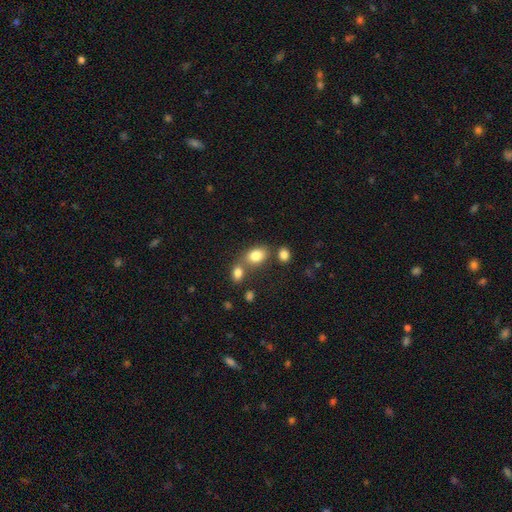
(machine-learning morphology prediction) Smooth or featured: smooth — 82% (star or artifact — 9%)
How rounded: in between — 77% (round — 22%)
Merging: none — 52% (merger — 32%)